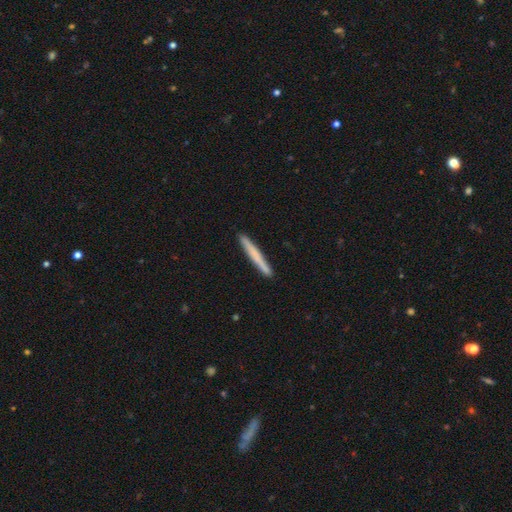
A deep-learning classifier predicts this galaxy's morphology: The model was most divided on "smooth or featured": smooth: 65%, featured or disk: 30%, star or artifact: 5%. More confident: how rounded — cigar-shaped (97%); merging — none (90%).